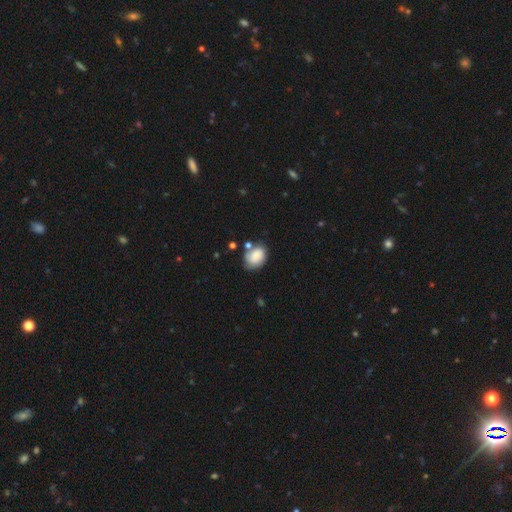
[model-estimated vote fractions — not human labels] Morphology: type=smooth (75%); roundness=in between (71%); merging=none (49%).